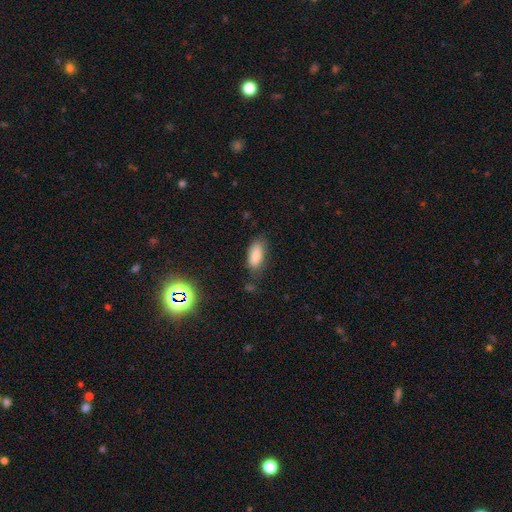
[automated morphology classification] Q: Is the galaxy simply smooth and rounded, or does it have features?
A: smooth — 83%.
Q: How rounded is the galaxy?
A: in between — 86%.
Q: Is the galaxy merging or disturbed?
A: none — 68%.